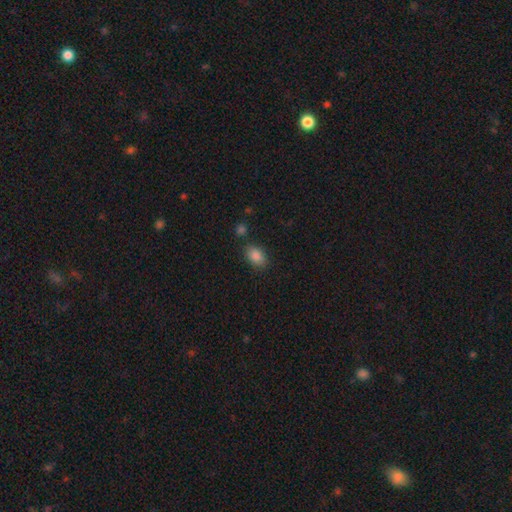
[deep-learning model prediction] A smooth galaxy with no disk features (87%) that is in between round and cigar-shaped (85%).

Vote fractions:
- Smooth or featured? smooth: 87% / star or artifact: 9% / featured or disk: 4%
- How rounded? in between: 85% / round: 13% / cigar-shaped: 2%
- Merging? none: 79% / minor disturbance: 12% / merger: 5% / major disturbance: 4%